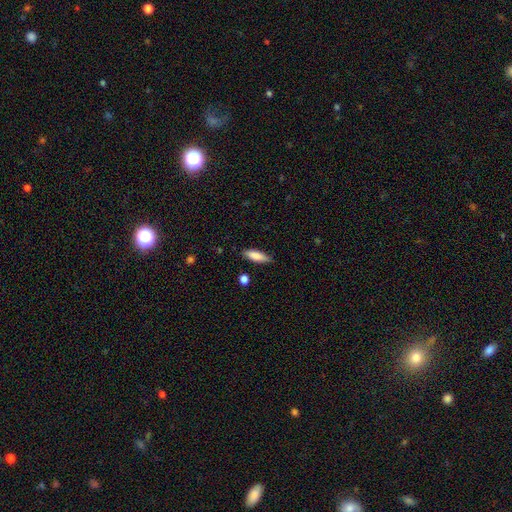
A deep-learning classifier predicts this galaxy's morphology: A smooth galaxy with no disk features (83%) that is in between round and cigar-shaped (51%).

Vote fractions:
- Smooth or featured? smooth: 83% / featured or disk: 10% / star or artifact: 6%
- How rounded? in between: 51% / cigar-shaped: 47% / round: 2%
- Merging? none: 81% / minor disturbance: 14% / major disturbance: 3% / merger: 2%